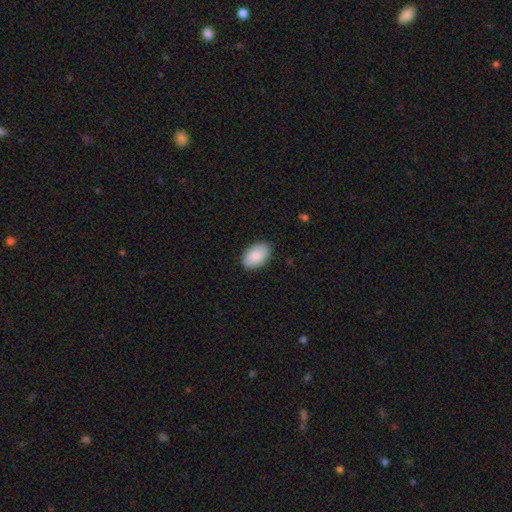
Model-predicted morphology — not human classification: The model was most divided on "merging": none: 88%, minor disturbance: 9%, major disturbance: 2%, merger: 1%. More confident: how rounded — in between (93%); smooth or featured — smooth (88%).